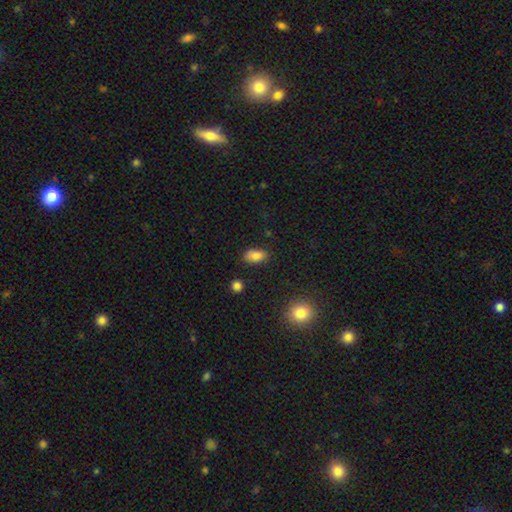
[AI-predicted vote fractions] This is clearly a smooth galaxy (83%). How rounded: clearly in between (90%). Merging: likely none (78%).